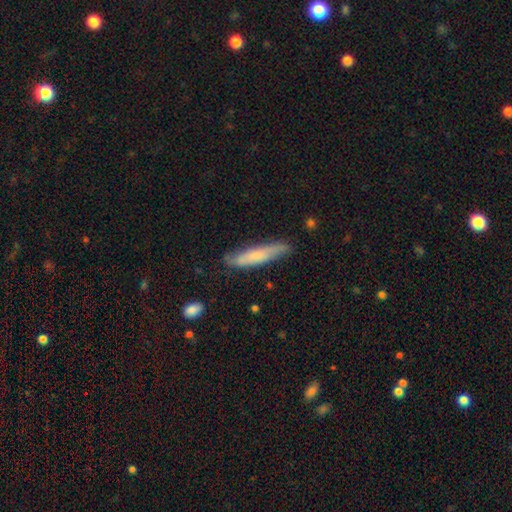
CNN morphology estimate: smooth-or-featured: smooth: 64% | featured or disk: 30% | star or artifact: 6%
  how-rounded: cigar-shaped: 89% | in between: 10% | round: 1%
  merging: none: 75% | minor disturbance: 20% | major disturbance: 4% | merger: 2%